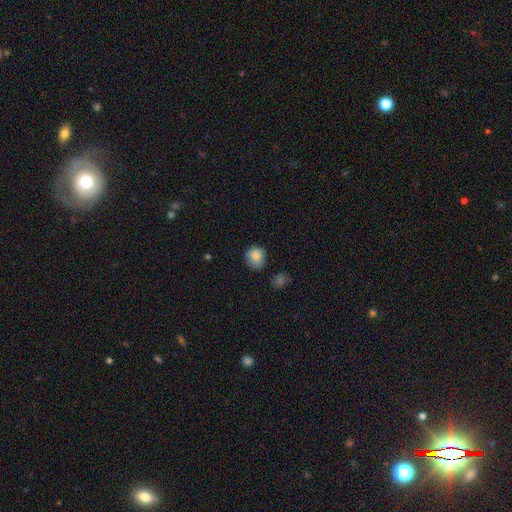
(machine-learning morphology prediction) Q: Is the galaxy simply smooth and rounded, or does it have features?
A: smooth — 83%.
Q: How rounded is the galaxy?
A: round — 75%.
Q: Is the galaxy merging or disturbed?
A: none — 64%.